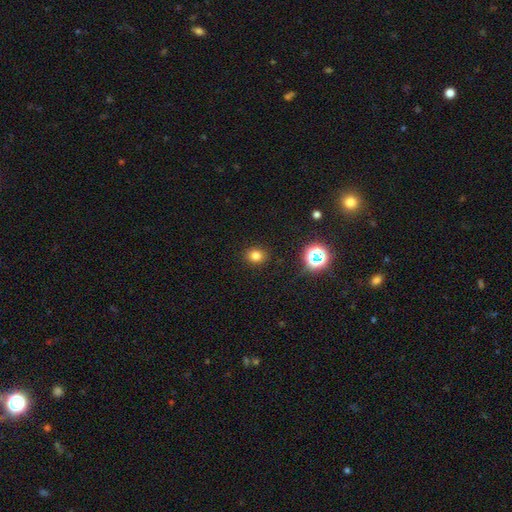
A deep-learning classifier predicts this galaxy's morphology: smooth 77%, star or artifact 17%, featured or disk 6%. Down the decision tree: how rounded — round (67%); merging — none (90%).